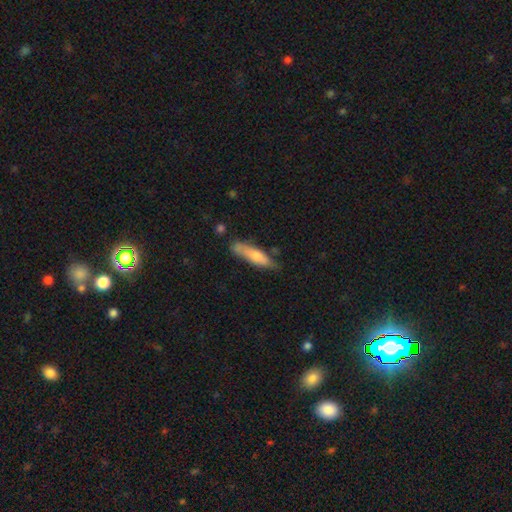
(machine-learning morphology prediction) Smooth or featured: smooth — 58% (featured or disk — 35%)
How rounded: cigar-shaped — 81% (in between — 17%)
Merging: none — 70% (minor disturbance — 22%)